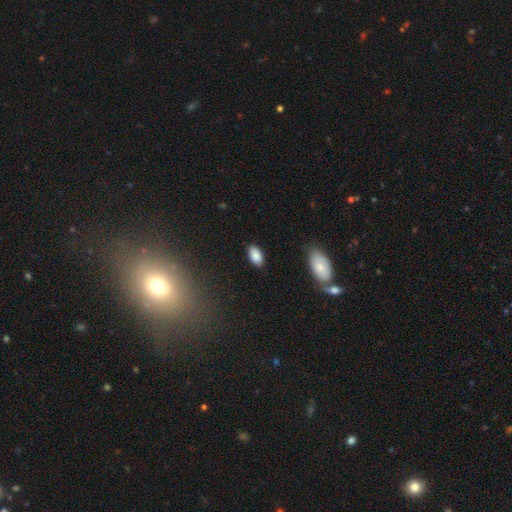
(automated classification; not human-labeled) A smooth galaxy with no disk features (87%) that is in between round and cigar-shaped (94%).

Vote fractions:
- Smooth or featured? smooth: 87% / star or artifact: 7% / featured or disk: 6%
- How rounded? in between: 94% / round: 3% / cigar-shaped: 3%
- Merging? none: 84% / minor disturbance: 12% / major disturbance: 2% / merger: 1%